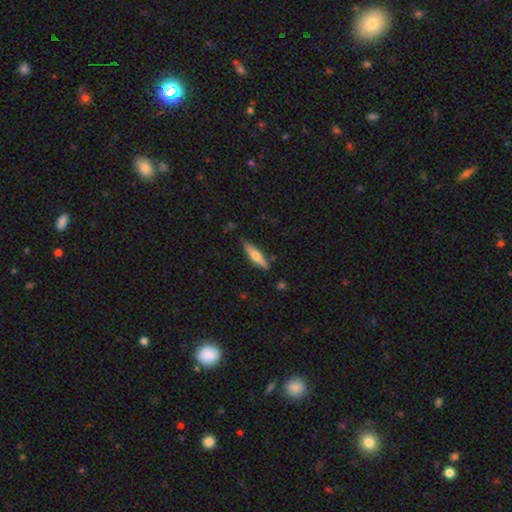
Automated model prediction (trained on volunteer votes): smooth_or_featured: smooth (p=0.51) [alt: featured or disk p=0.43]
how_rounded: cigar-shaped (p=0.77) [alt: in between p=0.21]
merging: none (p=0.84) [alt: minor disturbance p=0.12]